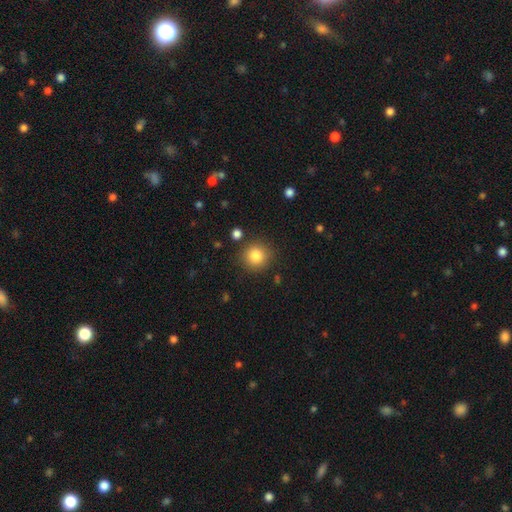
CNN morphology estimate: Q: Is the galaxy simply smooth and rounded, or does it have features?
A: smooth — 84%.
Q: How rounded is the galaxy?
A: round — 92%.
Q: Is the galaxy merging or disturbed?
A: none — 87%.